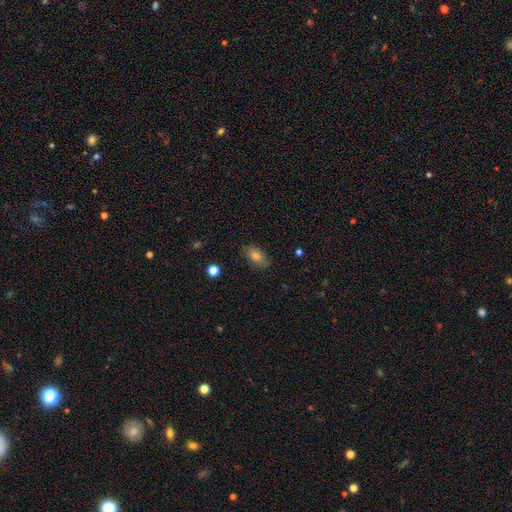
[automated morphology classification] This is likely a smooth galaxy (75%). How rounded: clearly in between (86%). Merging: likely none (79%).